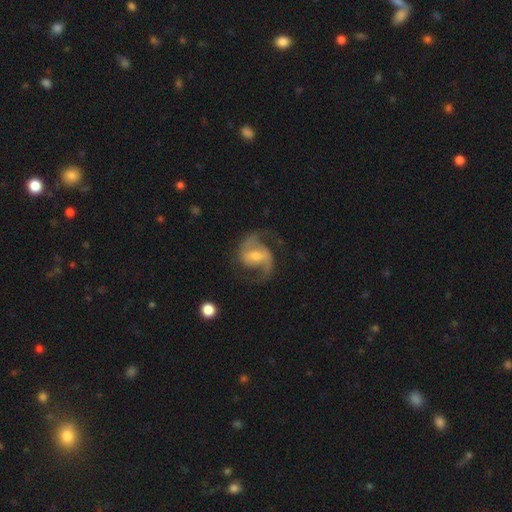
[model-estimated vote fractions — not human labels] Q: Smooth or featured?
A: featured or disk (86%); runner-up: smooth (8%)
Q: Edge-on disk?
A: no (98%); runner-up: yes (2%)
Q: Bar?
A: weak (48%); runner-up: strong (33%)
Q: Spiral arms?
A: yes (96%); runner-up: no (4%)
Q: Spiral winding?
A: medium (56%); runner-up: loose (32%)
Q: Spiral arm count?
A: 2 (90%); runner-up: 1 (3%)
Q: Bulge size?
A: moderate (50%); runner-up: small (36%)
Q: Merging?
A: none (71%); runner-up: minor disturbance (15%)